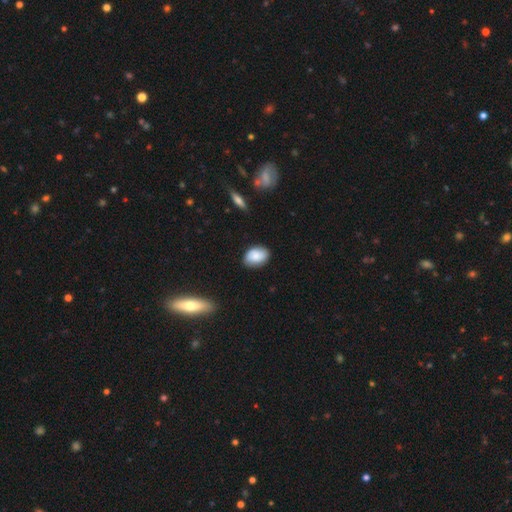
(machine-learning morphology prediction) Smooth or featured? Predicted: smooth (p=0.82). How rounded? Predicted: in between (p=0.85). Merging? Predicted: none (p=0.81).